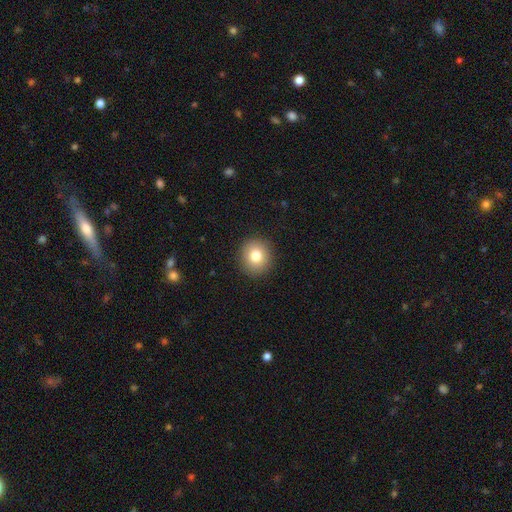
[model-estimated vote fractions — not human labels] Morphology: type=smooth (80%); roundness=round (87%); merging=none (91%).